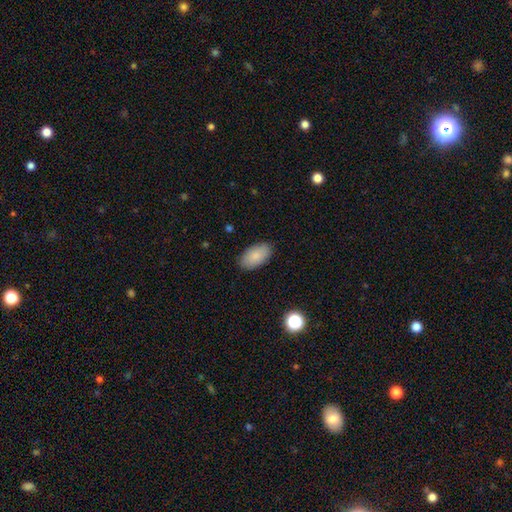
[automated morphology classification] Smooth or featured? Predicted: smooth (p=0.85). How rounded? Predicted: in between (p=0.95). Merging? Predicted: none (p=0.87).